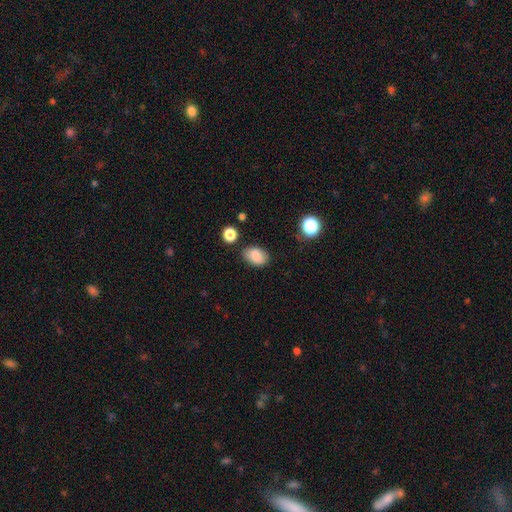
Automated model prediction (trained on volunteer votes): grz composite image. It shows a smooth galaxy with no disk features (84%) that is in between round and cigar-shaped (83%). Merging: none (78%).